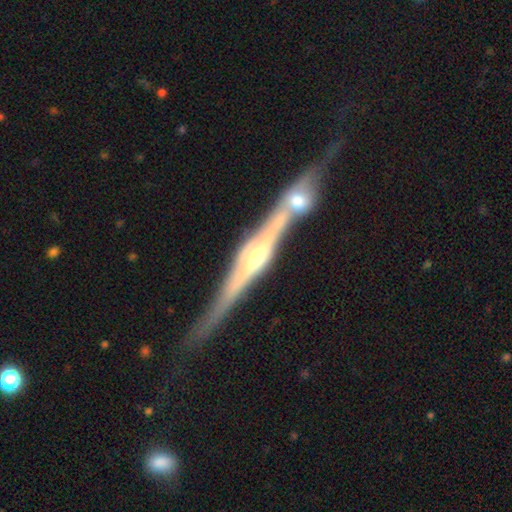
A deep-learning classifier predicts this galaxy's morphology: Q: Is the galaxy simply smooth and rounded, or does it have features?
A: featured or disk — 81%.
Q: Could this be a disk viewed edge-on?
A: yes — 96%.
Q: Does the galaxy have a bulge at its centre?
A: rounded — 79%.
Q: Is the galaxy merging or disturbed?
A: none — 48%.